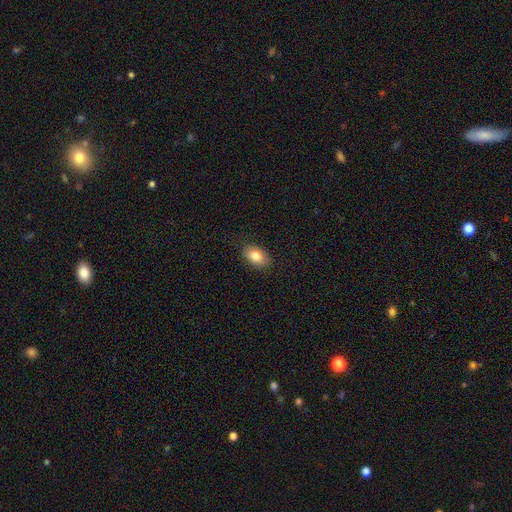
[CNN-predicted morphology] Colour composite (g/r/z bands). It shows a smooth galaxy with no disk features (82%) that is in between round and cigar-shaped (89%). Merging: none (87%).